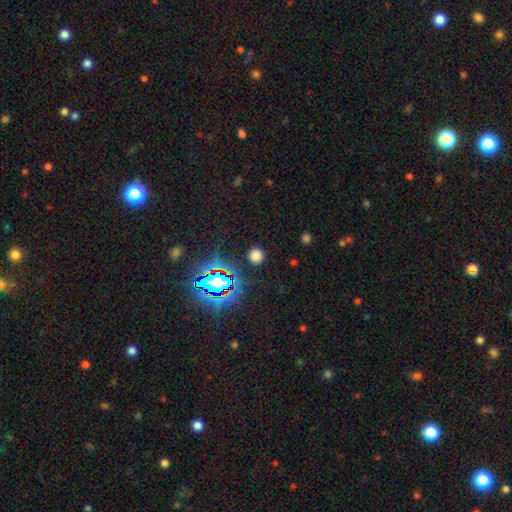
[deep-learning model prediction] Q: Smooth or featured?
A: smooth (68%); runner-up: star or artifact (26%)
Q: How rounded?
A: round (88%); runner-up: in between (11%)
Q: Merging?
A: none (88%); runner-up: minor disturbance (8%)